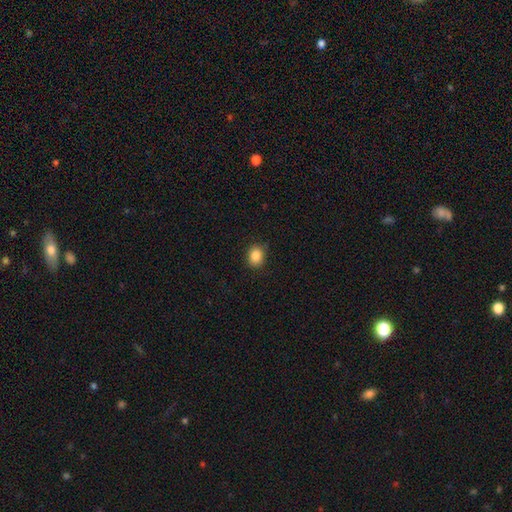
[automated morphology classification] Smooth or featured? Predicted: smooth (p=0.86). How rounded? Predicted: round (p=0.61). Merging? Predicted: none (p=0.84).